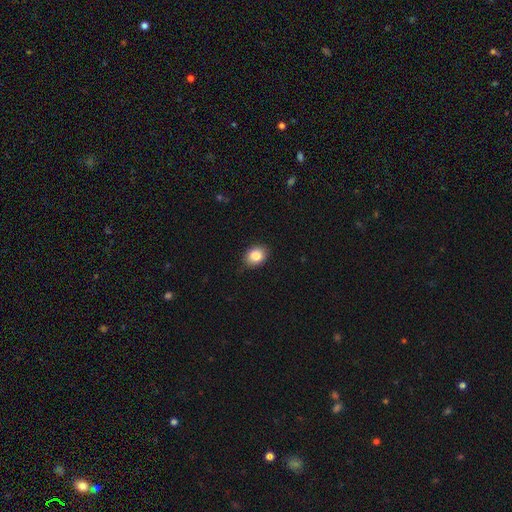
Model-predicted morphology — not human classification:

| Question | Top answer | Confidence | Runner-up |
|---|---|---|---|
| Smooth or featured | smooth | 85% | star or artifact (9%) |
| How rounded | in between | 59% | round (40%) |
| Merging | none | 85% | minor disturbance (12%) |